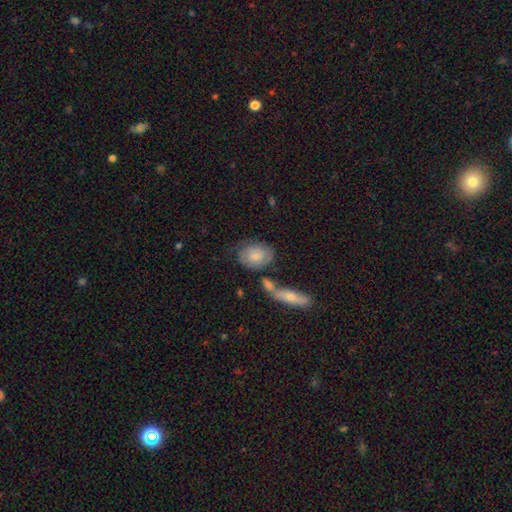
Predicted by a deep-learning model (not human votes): Morphology: type=smooth (57%); roundness=in between (73%); merging=none (57%).